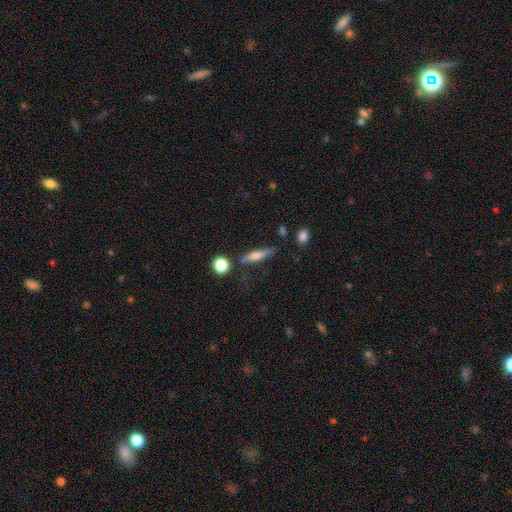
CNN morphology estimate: A smooth galaxy with no disk features (55%) that is cigar-shaped (75%). Merging: none (67%).